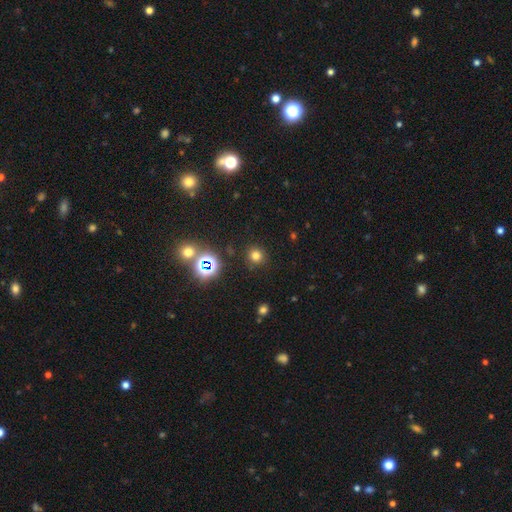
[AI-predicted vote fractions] Overall: smooth (71%). How rounded: round (92%). Merging: none (89%).